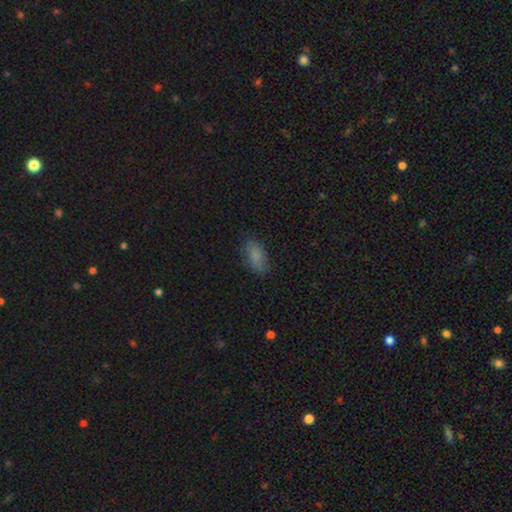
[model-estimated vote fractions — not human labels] Morphology: type=smooth (84%); roundness=in between (90%); merging=none (80%).